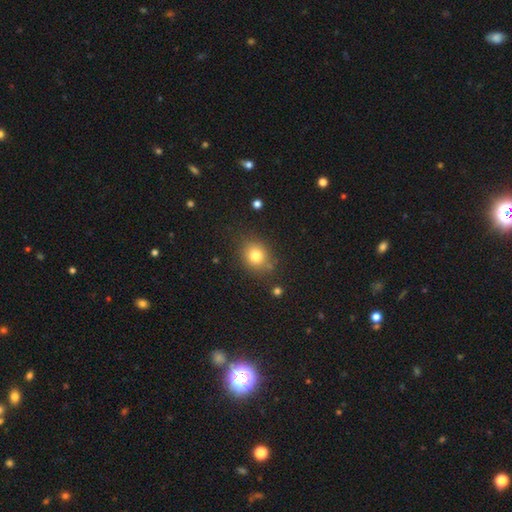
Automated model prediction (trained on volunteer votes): Smooth or featured? smooth (78%)
How rounded? round (71%)
Merging? none (78%)